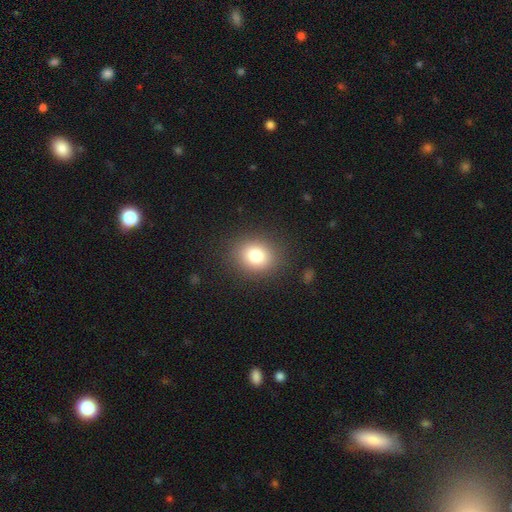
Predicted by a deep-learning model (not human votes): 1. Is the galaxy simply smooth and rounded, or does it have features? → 81% smooth, 11% star or artifact, 8% featured or disk.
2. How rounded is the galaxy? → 61% round, 38% in between, 1% cigar-shaped.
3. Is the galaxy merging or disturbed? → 87% none, 8% minor disturbance, 4% major disturbance, 1% merger.